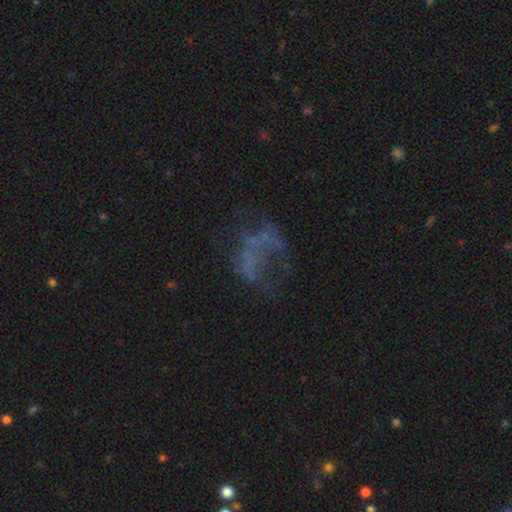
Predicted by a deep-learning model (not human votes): A featured or disk galaxy (45%). Merging: none (40%).